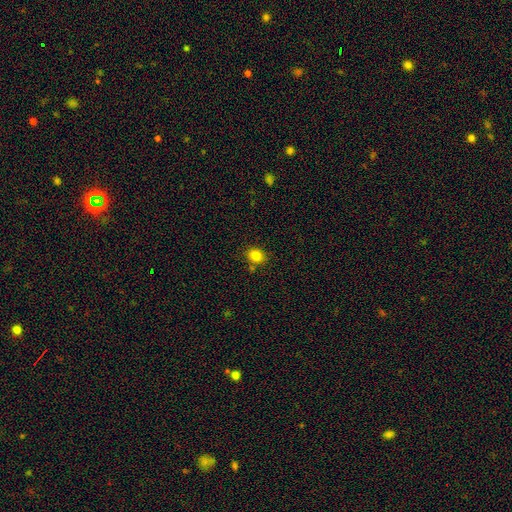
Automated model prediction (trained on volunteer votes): Morphology: type=smooth (83%); roundness=round (66%); merging=none (81%).